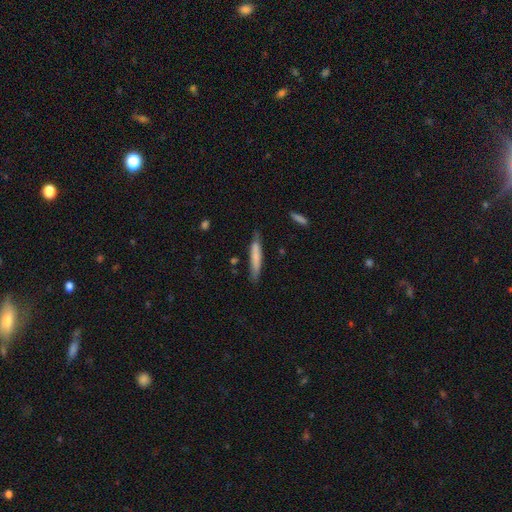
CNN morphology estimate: smooth_or_featured: smooth (p=0.72) [alt: featured or disk p=0.22]
how_rounded: cigar-shaped (p=0.92) [alt: in between p=0.07]
merging: none (p=0.77) [alt: minor disturbance p=0.18]